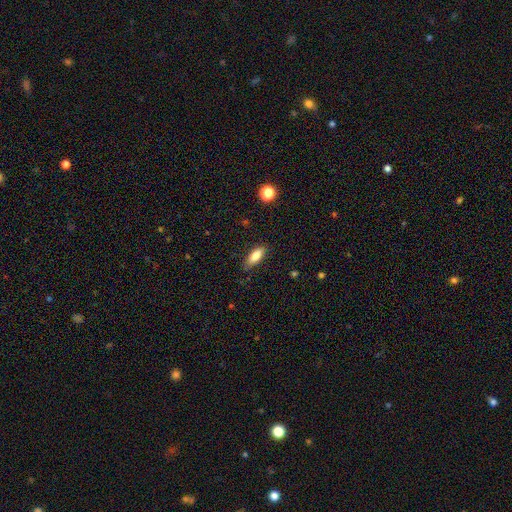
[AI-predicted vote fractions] Q: Smooth or featured?
A: smooth (81%); runner-up: featured or disk (12%)
Q: How rounded?
A: in between (70%); runner-up: cigar-shaped (28%)
Q: Merging?
A: none (81%); runner-up: minor disturbance (15%)